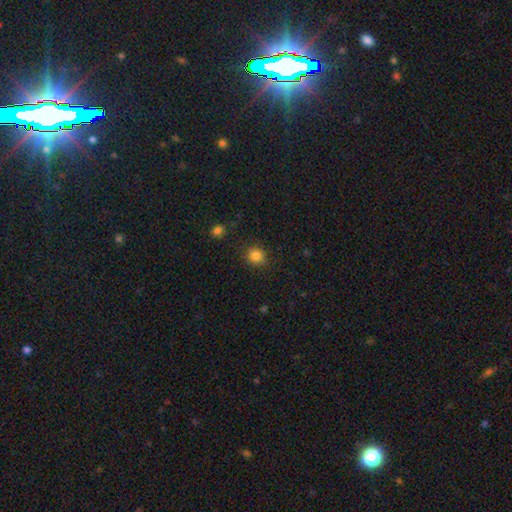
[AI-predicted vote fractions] This appears to be a smooth galaxy with no disk features (84%) that is round (84%). Merging: none (88%).